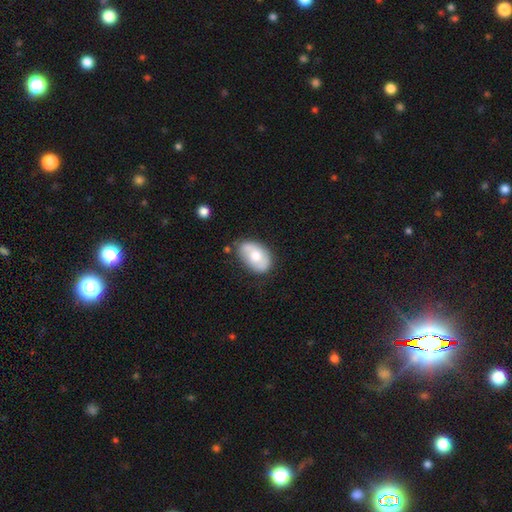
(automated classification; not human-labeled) This is possibly a smooth galaxy (59%). How rounded: clearly in between (87%). Merging: likely none (67%).